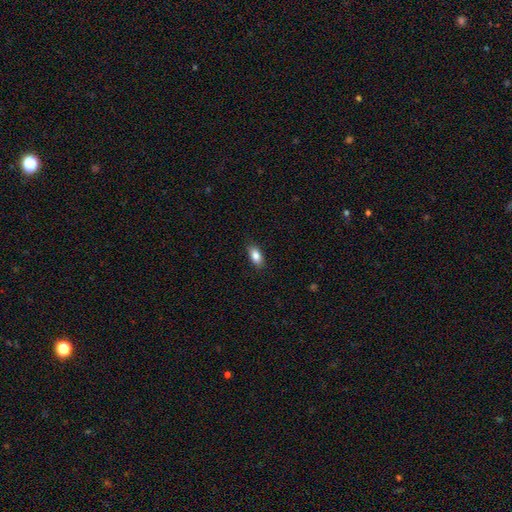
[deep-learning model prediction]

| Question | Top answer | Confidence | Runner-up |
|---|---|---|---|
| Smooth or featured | smooth | 85% | featured or disk (8%) |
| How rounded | in between | 89% | cigar-shaped (7%) |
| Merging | none | 86% | minor disturbance (11%) |